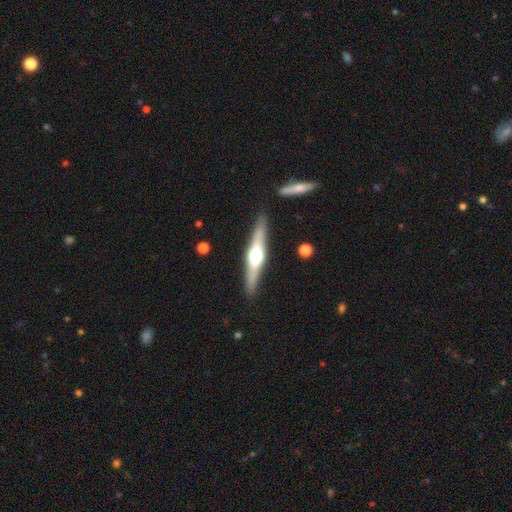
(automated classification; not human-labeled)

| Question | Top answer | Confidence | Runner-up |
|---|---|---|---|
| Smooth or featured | featured or disk | 70% | smooth (25%) |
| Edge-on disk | yes | 96% | no (4%) |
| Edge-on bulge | rounded | 94% | boxy (4%) |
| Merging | none | 89% | minor disturbance (7%) |